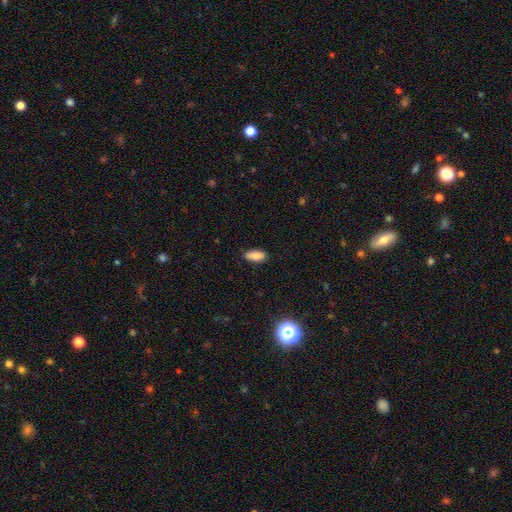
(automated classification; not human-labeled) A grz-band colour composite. It shows a smooth galaxy with no disk features (84%) that is in between round and cigar-shaped (82%). Merging: none (84%).